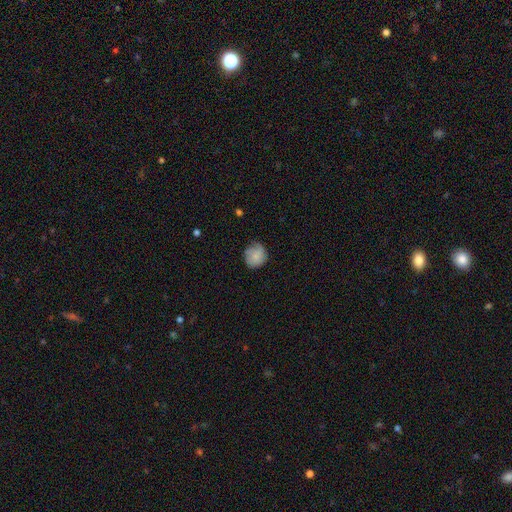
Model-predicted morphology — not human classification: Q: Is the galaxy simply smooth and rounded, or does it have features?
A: smooth — 78%.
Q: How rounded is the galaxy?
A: round — 84%.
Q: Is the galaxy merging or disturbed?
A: none — 66%.